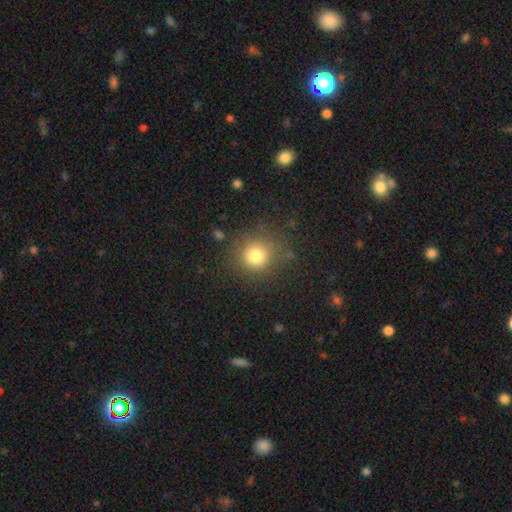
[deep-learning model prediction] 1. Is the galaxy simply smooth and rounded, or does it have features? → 78% smooth, 14% star or artifact, 8% featured or disk.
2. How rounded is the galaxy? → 89% round, 10% in between, 1% cigar-shaped.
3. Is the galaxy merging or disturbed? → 80% none, 12% minor disturbance, 6% major disturbance, 2% merger.